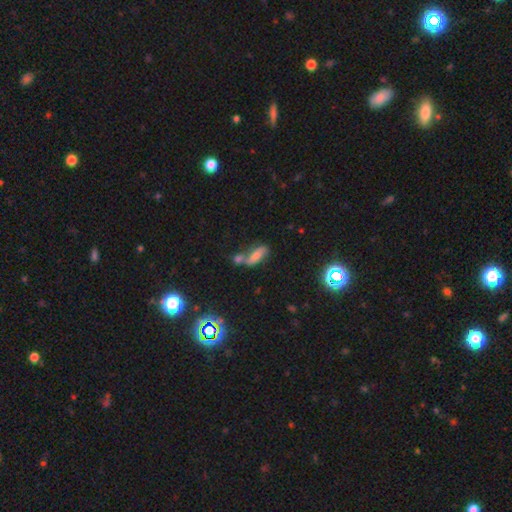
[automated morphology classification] Smooth or featured: smooth — 43% (featured or disk — 39%)
Merging: merger — 47% (none — 29%)